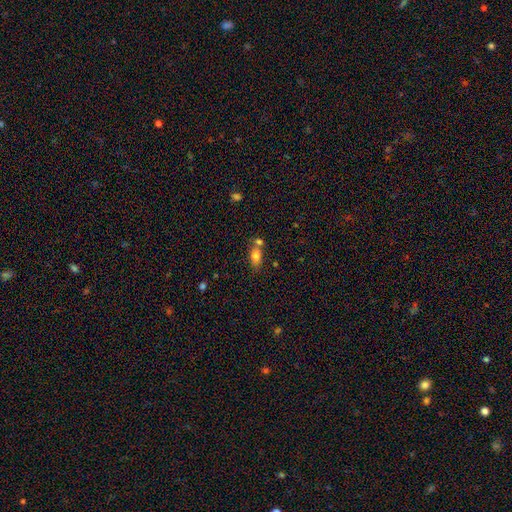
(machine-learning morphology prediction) Overall: smooth (77%). How rounded: in between (81%). Merging: none (49%; merger 34%).